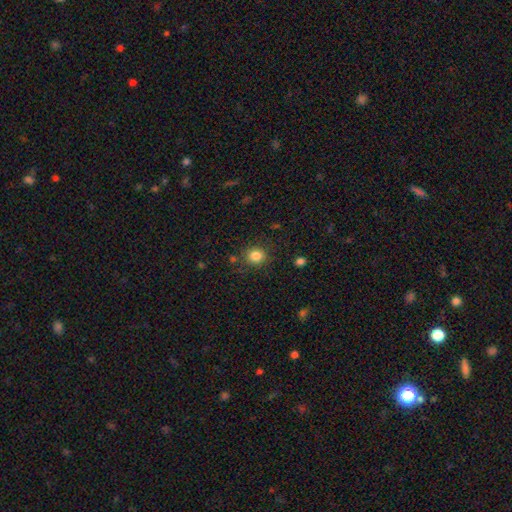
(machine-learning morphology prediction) Q: Smooth or featured?
A: smooth (83%); runner-up: star or artifact (11%)
Q: How rounded?
A: round (81%); runner-up: in between (18%)
Q: Merging?
A: none (84%); runner-up: minor disturbance (10%)